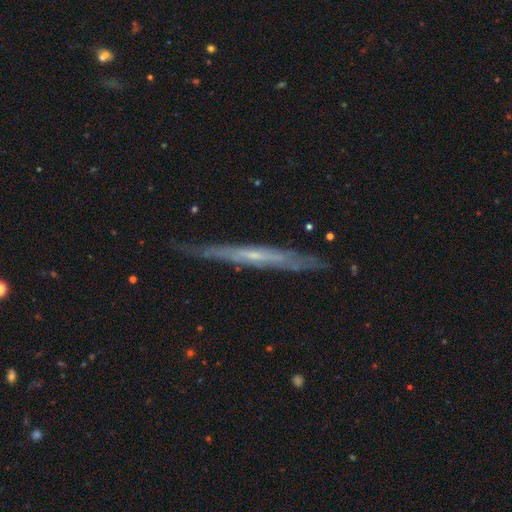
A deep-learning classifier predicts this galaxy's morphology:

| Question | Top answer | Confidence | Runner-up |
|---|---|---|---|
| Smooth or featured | featured or disk | 69% | smooth (24%) |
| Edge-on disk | yes | 92% | no (8%) |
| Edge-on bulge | none | 65% | rounded (31%) |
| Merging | none | 83% | minor disturbance (13%) |